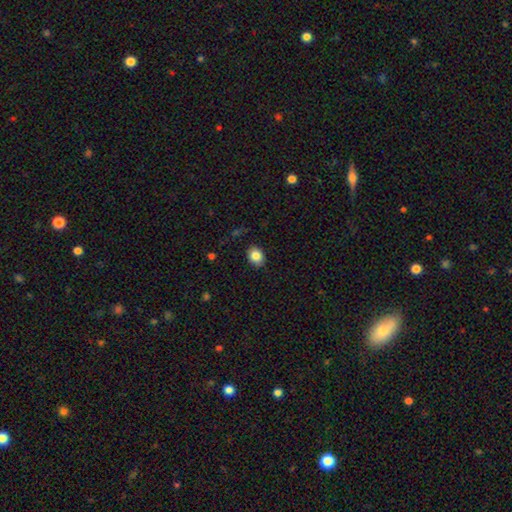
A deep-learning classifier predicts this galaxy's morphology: smooth 84%, star or artifact 9%, featured or disk 7%. Down the decision tree: how rounded — in between (55%); merging — none (87%).